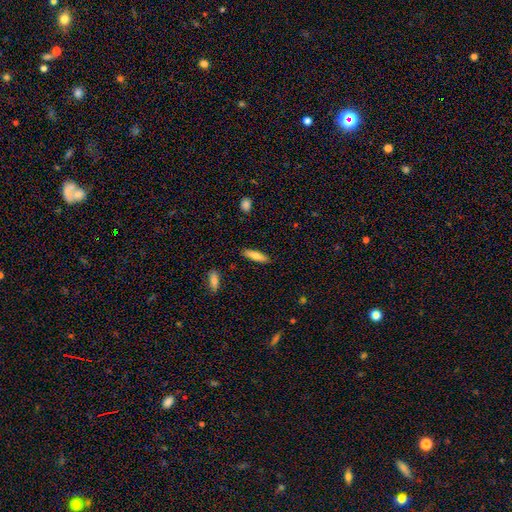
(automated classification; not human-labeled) A smooth galaxy with no disk features (76%) that is cigar-shaped (61%). Merging: none (88%).